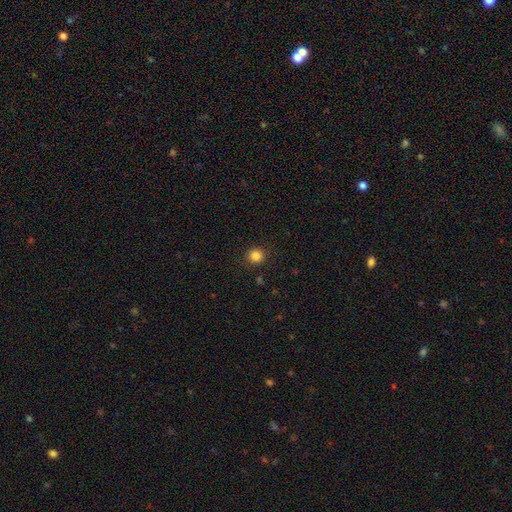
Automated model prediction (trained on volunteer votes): Morphology: type=smooth (84%); roundness=round (93%); merging=none (91%).